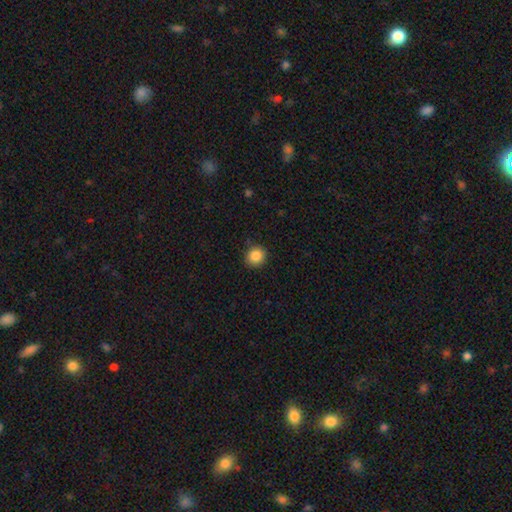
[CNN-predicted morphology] This is clearly a smooth galaxy (87%). How rounded: clearly round (89%). Merging: clearly none (90%).